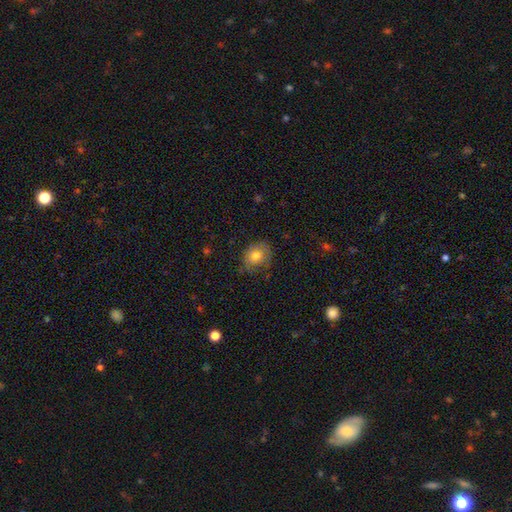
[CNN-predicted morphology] Overall: smooth (76%). How rounded: round (55%; in between 44%). Merging: none (72%).